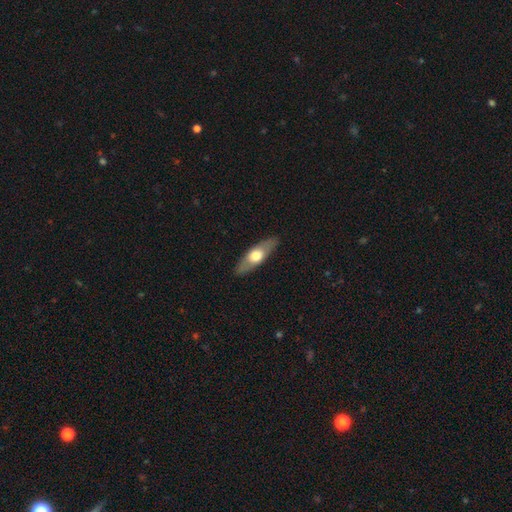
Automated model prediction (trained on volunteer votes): Smooth or featured? smooth (50%)
How rounded? in between (51%)
Merging? none (87%)